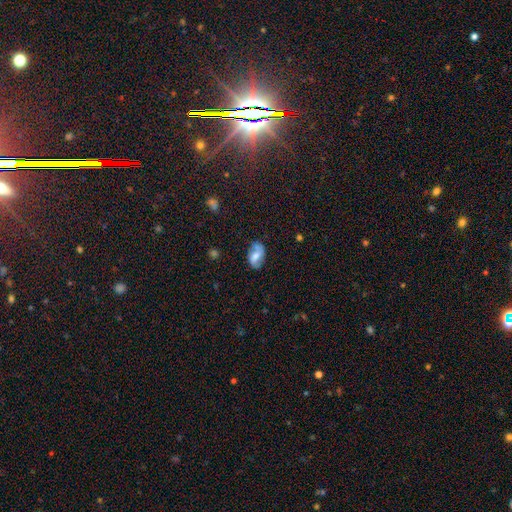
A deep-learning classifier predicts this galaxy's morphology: featured or disk 48%, smooth 44%, star or artifact 9%. Down the decision tree: merging — none (70%).